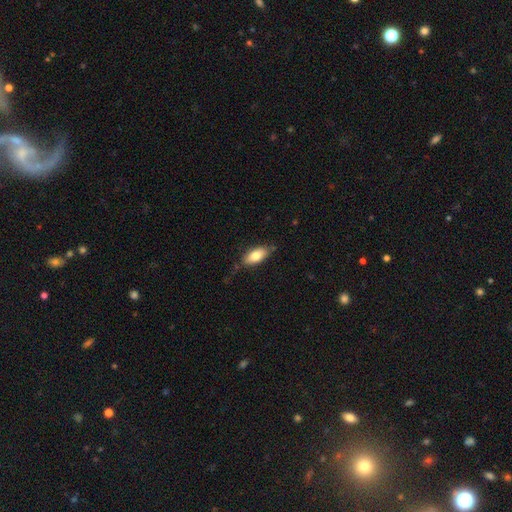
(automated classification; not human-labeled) This appears to be a smooth galaxy with no disk features (76%) that is in between round and cigar-shaped (85%). Merging: none (76%).